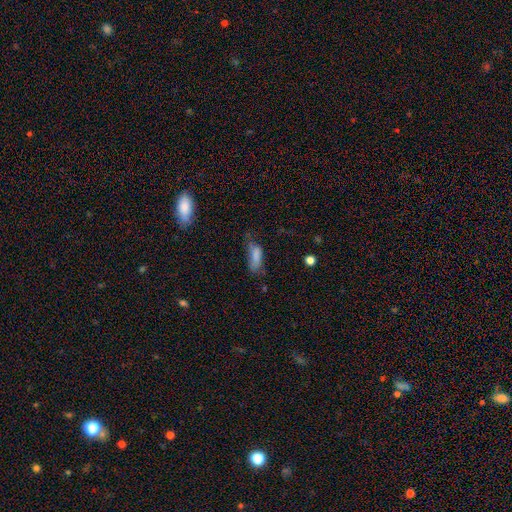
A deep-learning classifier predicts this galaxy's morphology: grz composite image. It shows a smooth galaxy with no disk features (73%) that is in between round and cigar-shaped (72%). Merging: none (32%, tied with minor disturbance).